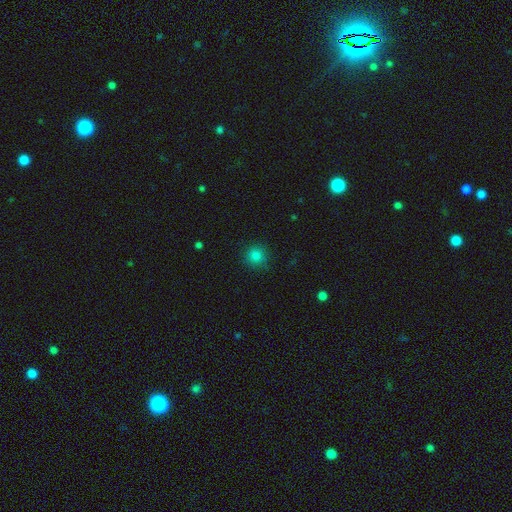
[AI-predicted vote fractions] A smooth galaxy with no disk features (81%) that is round (94%). Merging: none (89%).